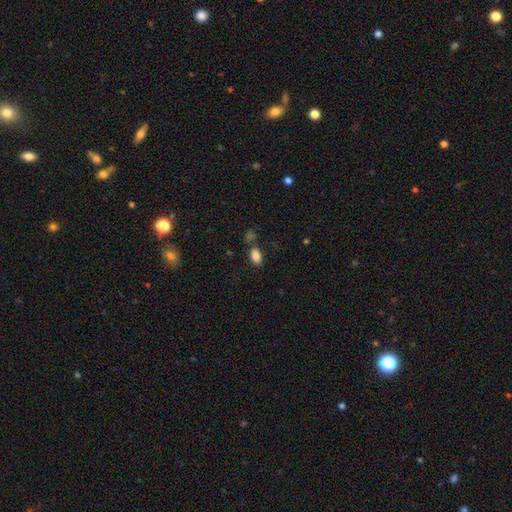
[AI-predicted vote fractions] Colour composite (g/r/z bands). It shows a smooth galaxy with no disk features (84%) that is in between round and cigar-shaped (90%). Merging: none (70%).